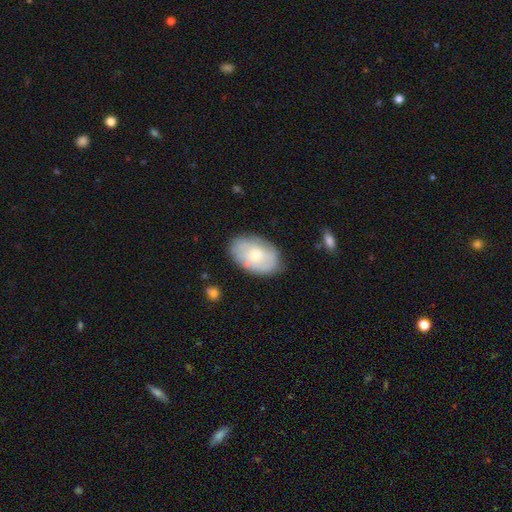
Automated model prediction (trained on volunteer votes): This appears to be a smooth galaxy with no disk features (59%) that is in between round and cigar-shaped (89%). Merging: none (75%).